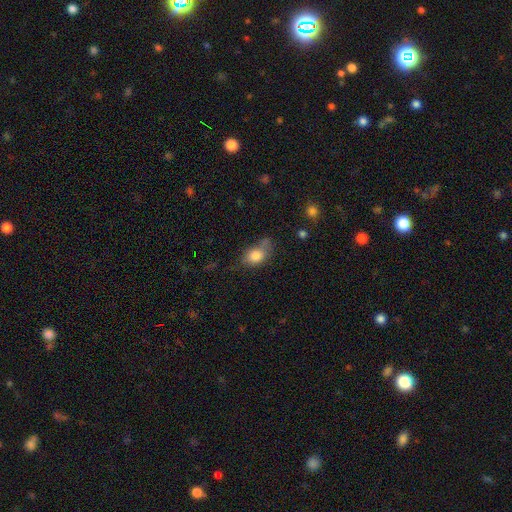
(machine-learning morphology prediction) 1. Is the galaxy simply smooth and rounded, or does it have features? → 81% smooth, 11% featured or disk, 9% star or artifact.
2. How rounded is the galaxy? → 74% in between, 23% round, 2% cigar-shaped.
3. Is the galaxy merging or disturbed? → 41% none, 34% minor disturbance, 16% major disturbance, 9% merger.